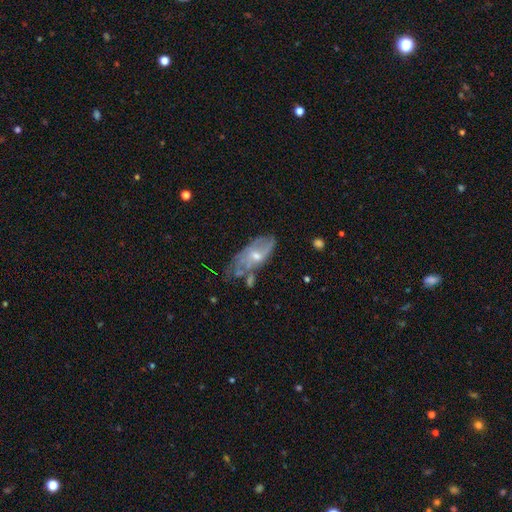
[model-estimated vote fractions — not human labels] This is likely a featured or disk galaxy (64%). It is clearly not viewed edge-on (88%). Bar: likely no (68%). Spiral arm pattern: possibly yes (59%). Central bulge: possibly moderate (49%). Merging: marginally none (40%).